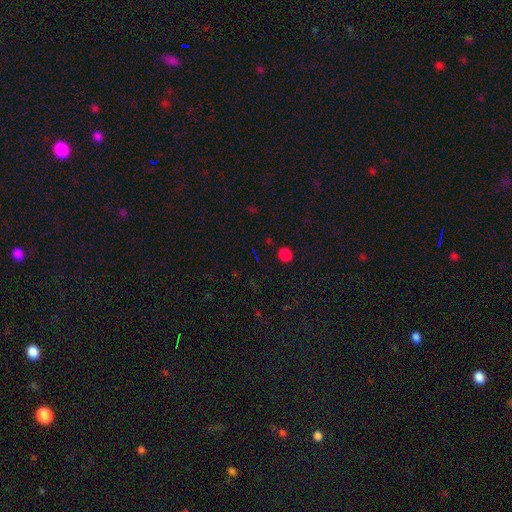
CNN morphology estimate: smooth-or-featured: smooth: 47% | star or artifact: 46% | featured or disk: 6%
  merging: none: 89% | minor disturbance: 6% | major disturbance: 3% | merger: 2%